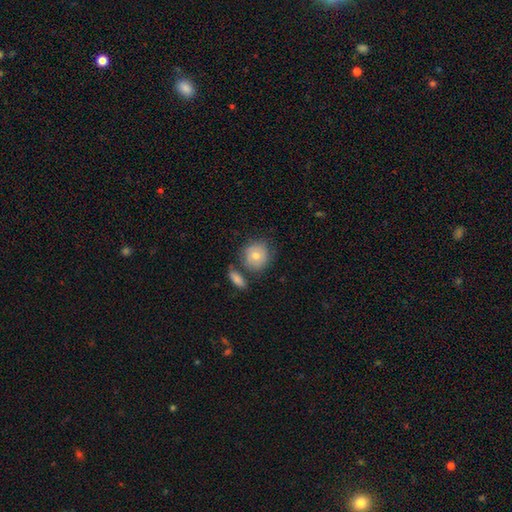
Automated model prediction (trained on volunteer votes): smooth_or_featured: smooth (p=0.72) [alt: featured or disk p=0.20]
how_rounded: round (p=0.85) [alt: in between p=0.14]
merging: none (p=0.65) [alt: merger p=0.15]